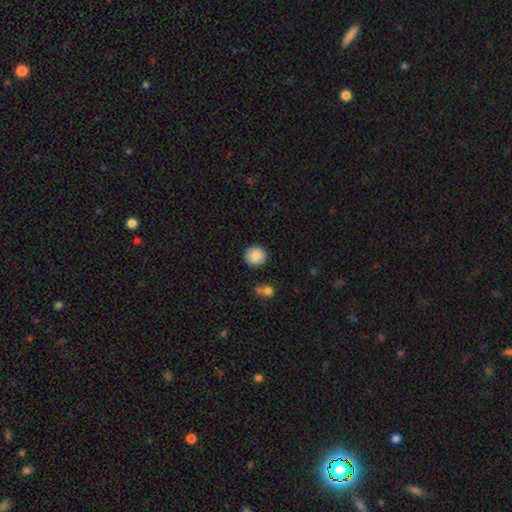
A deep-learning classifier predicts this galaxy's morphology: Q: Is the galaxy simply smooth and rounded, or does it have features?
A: smooth — 87%.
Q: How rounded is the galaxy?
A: round — 93%.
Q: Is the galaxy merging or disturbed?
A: none — 90%.